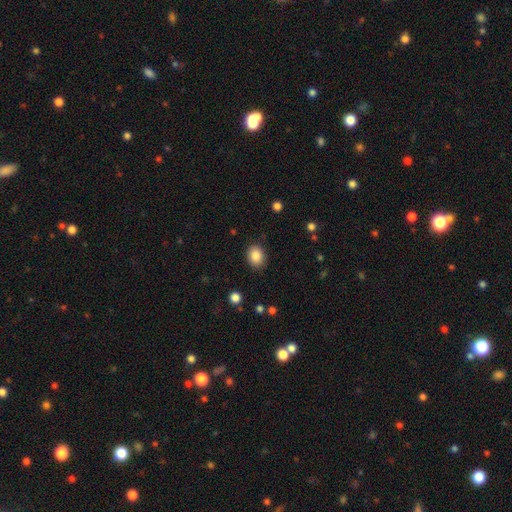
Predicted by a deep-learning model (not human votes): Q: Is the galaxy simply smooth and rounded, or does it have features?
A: smooth — 87%.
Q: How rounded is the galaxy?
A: in between — 52%.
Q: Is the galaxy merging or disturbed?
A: none — 87%.